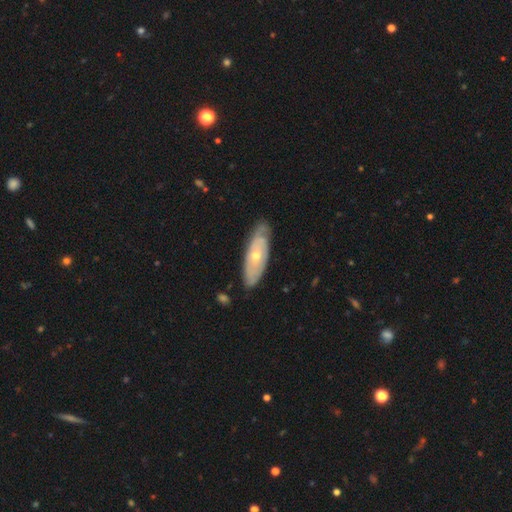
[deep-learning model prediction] smooth_or_featured: featured or disk (p=0.67) [alt: smooth p=0.27]
disk_edge_on: no (p=0.78) [alt: yes p=0.22]
bar: no (p=0.84) [alt: weak p=0.13]
has_spiral_arms: yes (p=0.69) [alt: no p=0.31]
bulge_size: small (p=0.55) [alt: moderate p=0.43]
merging: none (p=0.77) [alt: minor disturbance p=0.18]